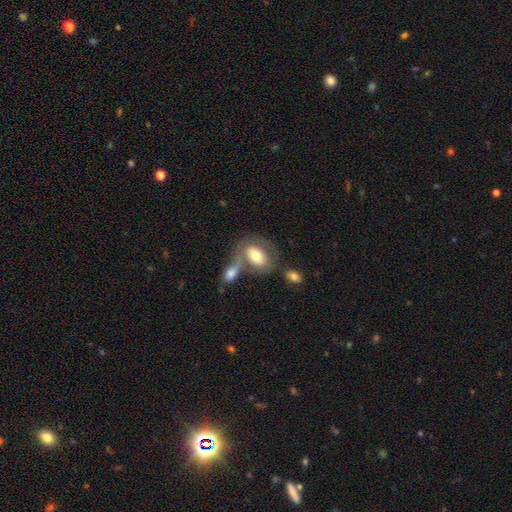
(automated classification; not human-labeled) Q: Smooth or featured?
A: smooth (64%); runner-up: featured or disk (30%)
Q: How rounded?
A: in between (83%); runner-up: round (15%)
Q: Merging?
A: merger (41%); runner-up: none (36%)